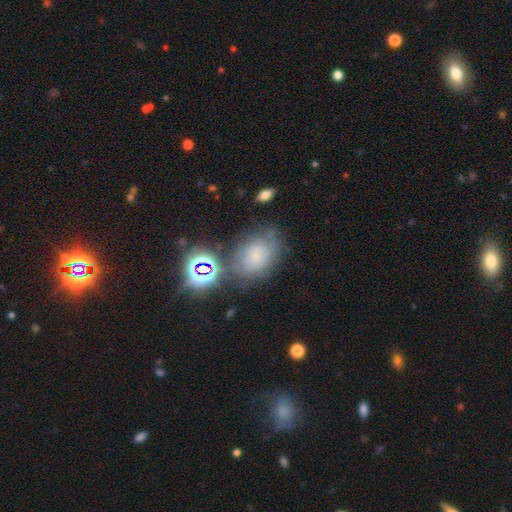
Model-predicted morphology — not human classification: Smooth or featured? Predicted: smooth (p=0.53). How rounded? Predicted: in between (p=0.59). Merging? Predicted: none (p=0.56).